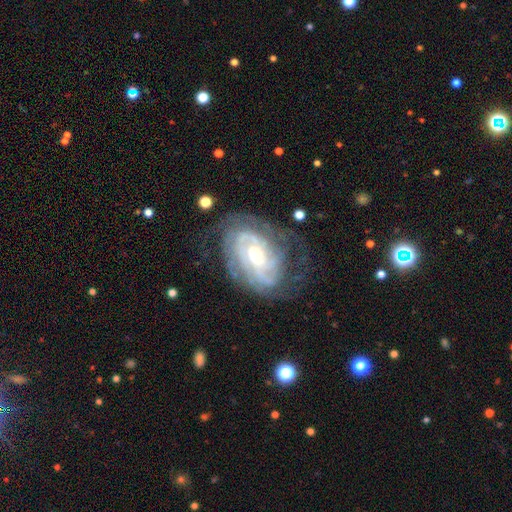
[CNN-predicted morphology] Smooth or featured?
  - featured or disk: 86% *
  - smooth: 8%
  - star or artifact: 6%
Edge-on disk?
  - no: 96% *
  - yes: 4%
Bar?
  - no: 56% *
  - weak: 34%
  - strong: 11%
Spiral arms?
  - yes: 94% *
  - no: 6%
Spiral winding?
  - tight: 67% *
  - medium: 26%
  - loose: 7%
Spiral arm count?
  - can't tell: 38% *
  - 2: 25%
  - 3: 16%
  - 4: 10%
  - more than 4: 5%
  - 1: 5%
Bulge size?
  - small: 53% *
  - moderate: 41%
  - large: 3%
  - none: 2%
  - dominant: 1%
Merging?
  - none: 65% *
  - minor disturbance: 21%
  - major disturbance: 13%
  - merger: 2%